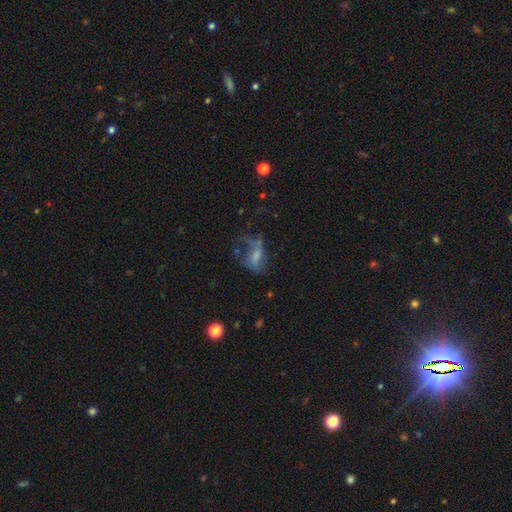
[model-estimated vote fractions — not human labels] smooth 44%, featured or disk 41%, star or artifact 15%. Down the decision tree: merging — major disturbance (46%).